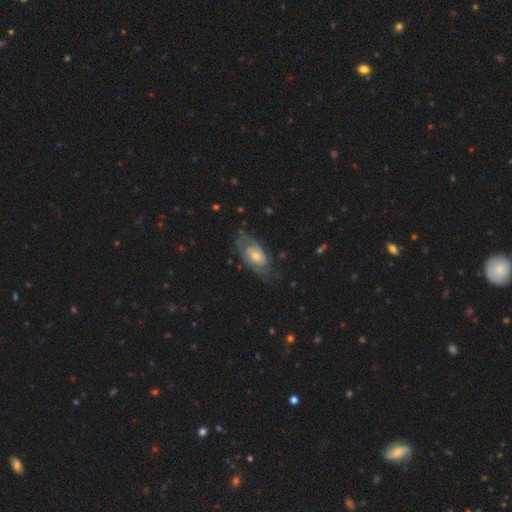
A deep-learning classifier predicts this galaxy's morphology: This is likely a featured or disk galaxy (71%). It is clearly not viewed edge-on (92%). Bar: likely no (67%). Spiral arm pattern: clearly yes (84%). Spiral arm count: marginally 2 (43%). Spiral winding: possibly tight (52%). Central bulge: possibly moderate (60%). Merging: likely none (64%).